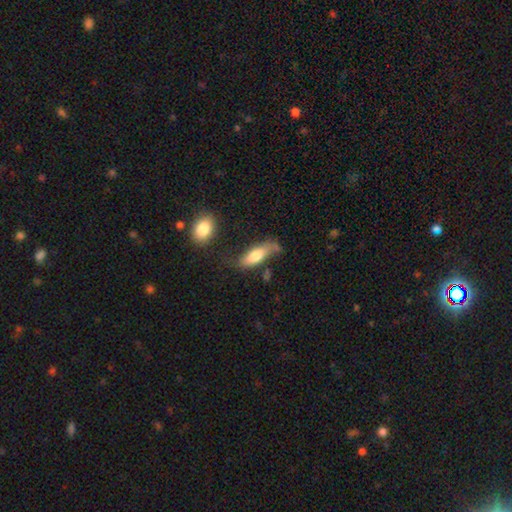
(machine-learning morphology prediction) Smooth or featured?
  - smooth: 69% *
  - featured or disk: 24%
  - star or artifact: 7%
How rounded?
  - in between: 67% *
  - cigar-shaped: 30%
  - round: 3%
Merging?
  - none: 49% *
  - minor disturbance: 27%
  - major disturbance: 13%
  - merger: 10%